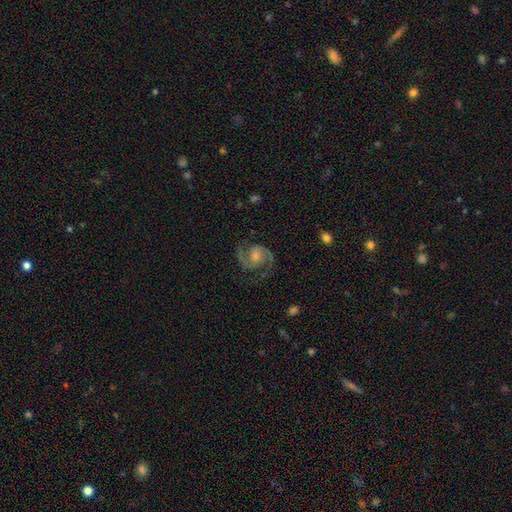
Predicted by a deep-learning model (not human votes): A featured or disk galaxy (91%) with no bar (49%), 2 (94%) medium (62%) spiral arms (98%) and a moderate central bulge (57%). Merging: none (83%).